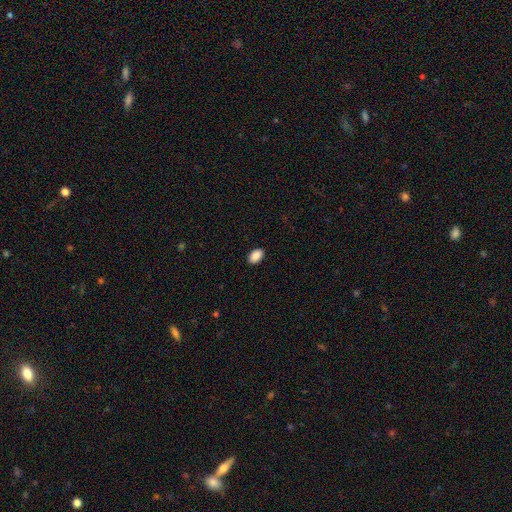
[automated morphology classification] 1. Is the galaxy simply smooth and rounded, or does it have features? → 90% smooth, 7% star or artifact, 3% featured or disk.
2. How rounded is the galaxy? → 89% in between, 10% round, 1% cigar-shaped.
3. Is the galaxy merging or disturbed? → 90% none, 8% minor disturbance, 2% major disturbance, 1% merger.